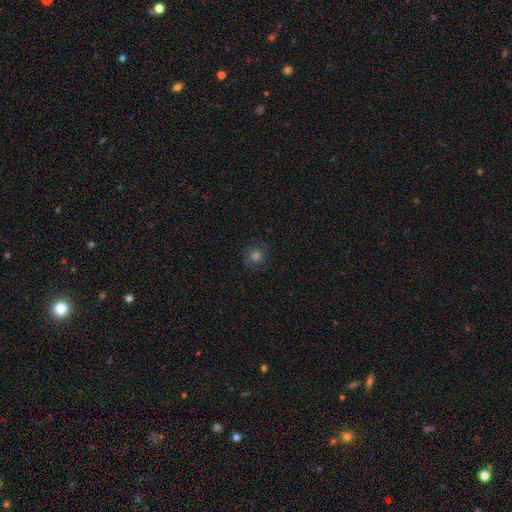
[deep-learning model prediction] The model was most divided on "smooth or featured": smooth: 54%, featured or disk: 25%, star or artifact: 21%. More confident: how rounded — round (88%); merging — none (82%).